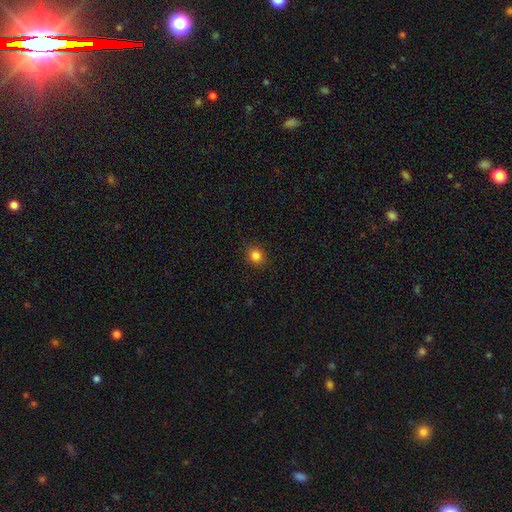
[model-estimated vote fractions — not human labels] Smooth or featured? Predicted: smooth (p=0.84). How rounded? Predicted: round (p=0.81). Merging? Predicted: none (p=0.87).